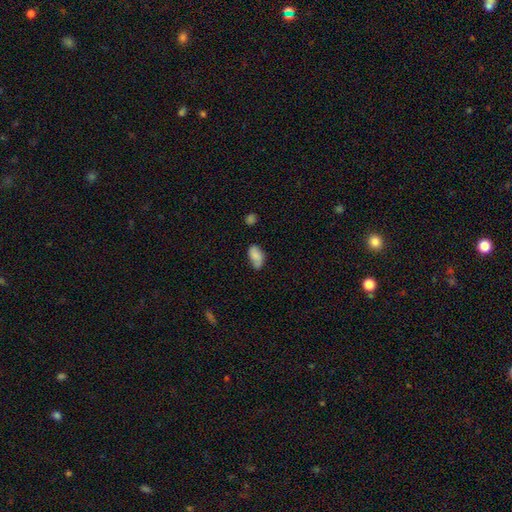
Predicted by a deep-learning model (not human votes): smooth-or-featured: smooth: 79% | featured or disk: 13% | star or artifact: 8%
  how-rounded: in between: 92% | round: 5% | cigar-shaped: 3%
  merging: none: 60% | minor disturbance: 30% | major disturbance: 7% | merger: 3%